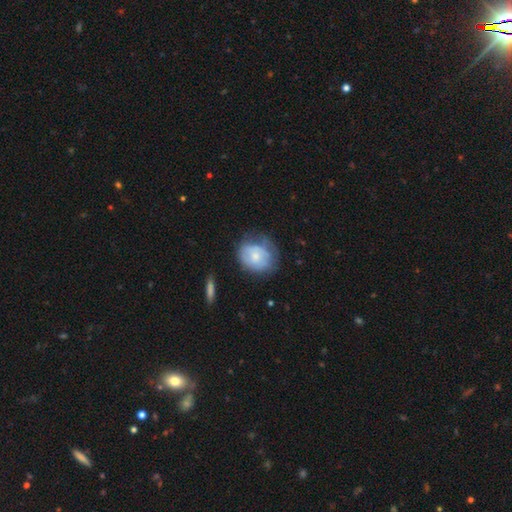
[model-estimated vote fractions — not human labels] The model was most divided on "merging": none: 49%, minor disturbance: 32%, major disturbance: 16%, merger: 3%. More confident: how rounded — round (62%); smooth or featured — smooth (55%).